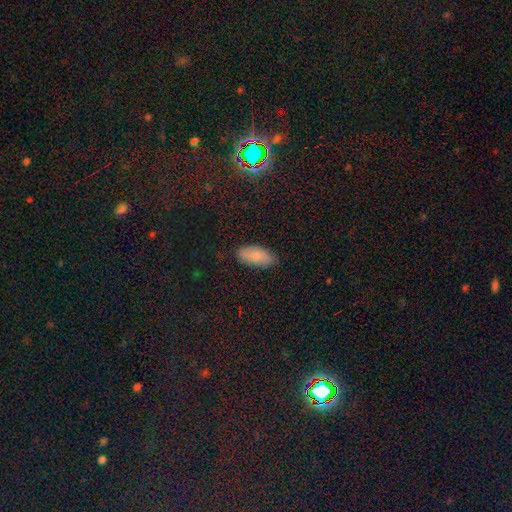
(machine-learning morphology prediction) The model was most divided on "merging": none: 84%, minor disturbance: 12%, major disturbance: 2%, merger: 1%. More confident: how rounded — in between (90%); smooth or featured — smooth (83%).